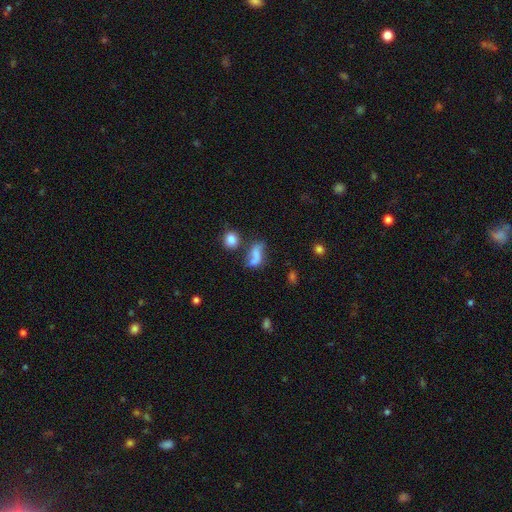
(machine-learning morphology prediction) Q: Smooth or featured?
A: smooth (47%); runner-up: featured or disk (40%)
Q: Merging?
A: none (38%); runner-up: merger (25%)